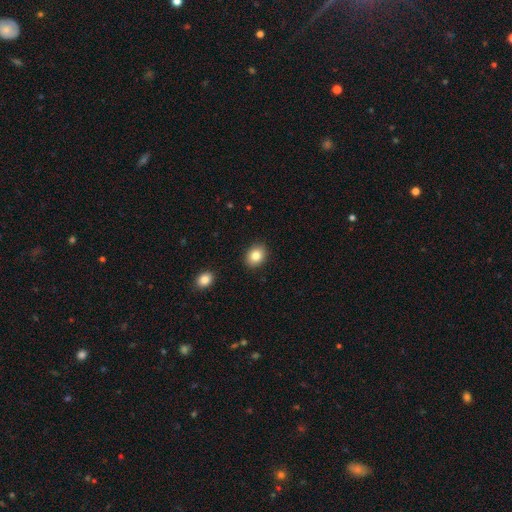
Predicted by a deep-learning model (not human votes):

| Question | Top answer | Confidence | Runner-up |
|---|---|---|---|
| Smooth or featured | smooth | 84% | star or artifact (9%) |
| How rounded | in between | 56% | round (44%) |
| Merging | none | 90% | minor disturbance (7%) |